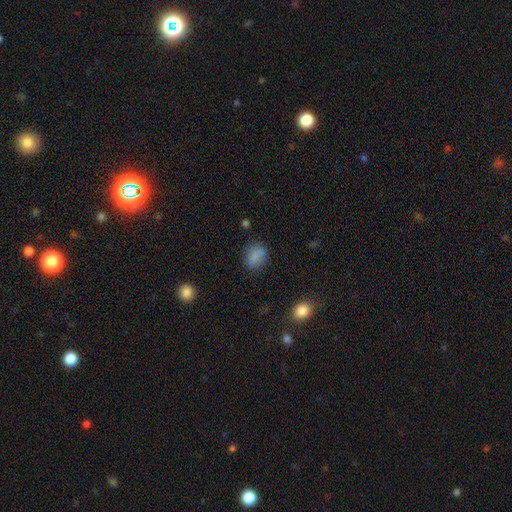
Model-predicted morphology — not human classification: smooth-or-featured: smooth: 83% | star or artifact: 12% | featured or disk: 6%
  how-rounded: in between: 66% | round: 32% | cigar-shaped: 2%
  merging: none: 77% | minor disturbance: 16% | major disturbance: 5% | merger: 2%